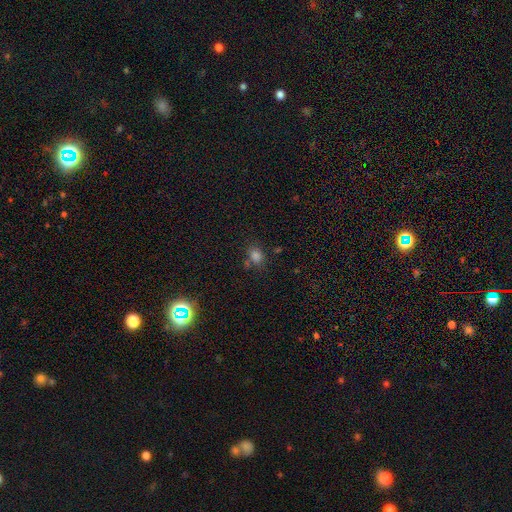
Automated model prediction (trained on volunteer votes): A smooth galaxy with no disk features (78%) that is in between round and cigar-shaped (51%). Merging: none (69%).